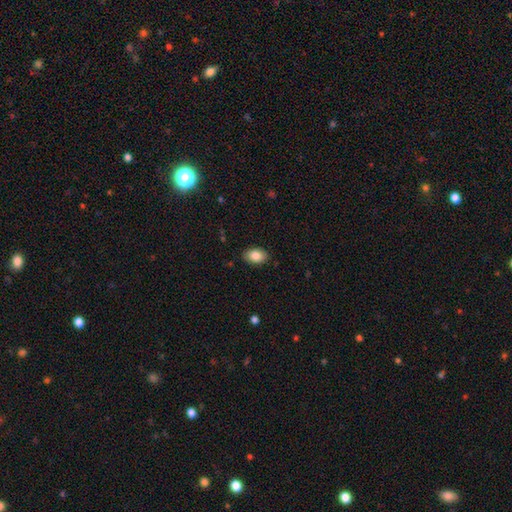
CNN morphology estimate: Smooth or featured?
  - smooth: 85% *
  - featured or disk: 8%
  - star or artifact: 7%
How rounded?
  - in between: 86% *
  - round: 13%
  - cigar-shaped: 1%
Merging?
  - none: 88% *
  - minor disturbance: 9%
  - major disturbance: 2%
  - merger: 1%